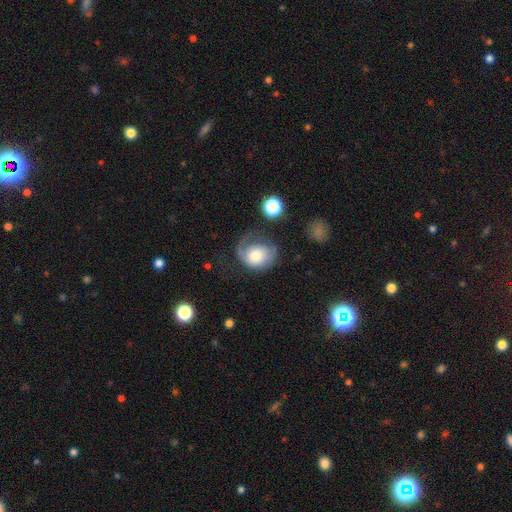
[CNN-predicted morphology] Overall: smooth (52%; featured or disk 40%). How rounded: round (60%; in between 39%). Merging: major disturbance (39%; none 32%).